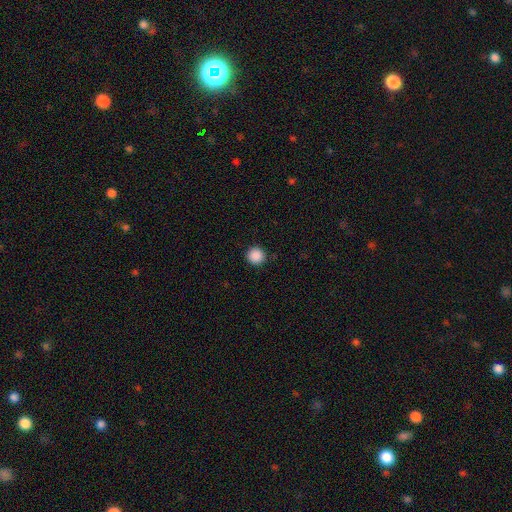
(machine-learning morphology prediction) This appears to be a smooth galaxy with no disk features (89%) that is round (96%). Merging: none (91%).